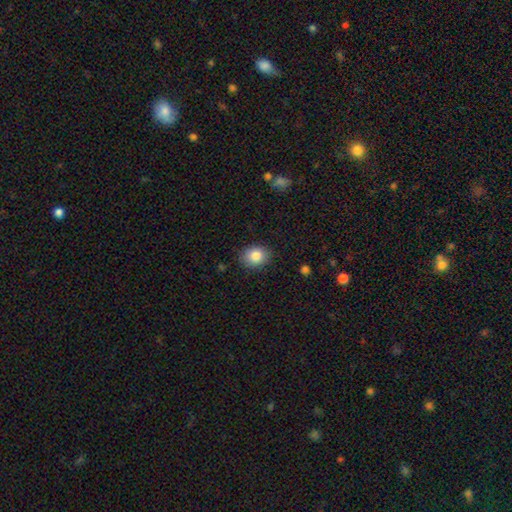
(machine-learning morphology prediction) Smooth or featured? Predicted: smooth (p=0.84). How rounded? Predicted: in between (p=0.55). Merging? Predicted: none (p=0.87).